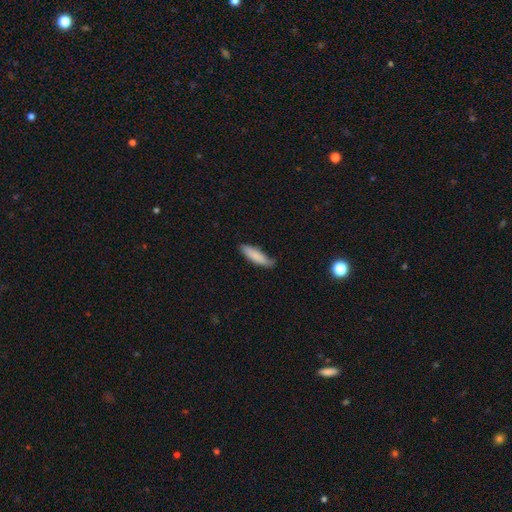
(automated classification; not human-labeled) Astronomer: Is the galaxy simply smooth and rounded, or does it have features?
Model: smooth — 84%.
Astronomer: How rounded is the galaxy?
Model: cigar-shaped — 64%.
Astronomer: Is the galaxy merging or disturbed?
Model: none — 70%.